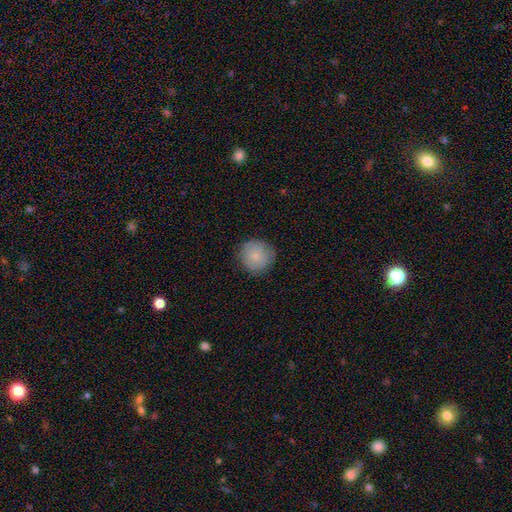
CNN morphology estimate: Smooth or featured? Predicted: smooth (p=0.83). How rounded? Predicted: round (p=0.92). Merging? Predicted: none (p=0.83).